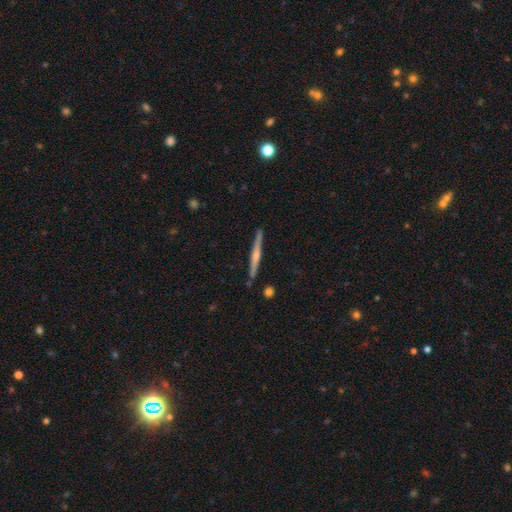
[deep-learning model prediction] A featured or disk galaxy (69%) viewed edge-on (97%) with a rounded central bulge (70%). Merging: none (87%).